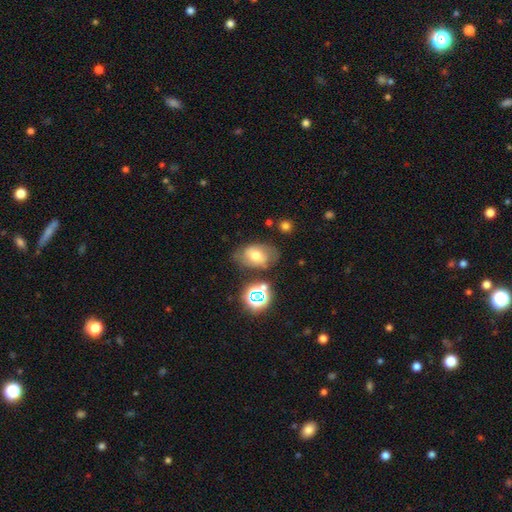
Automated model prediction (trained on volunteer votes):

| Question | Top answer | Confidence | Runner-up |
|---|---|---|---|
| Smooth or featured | smooth | 49% | featured or disk (35%) |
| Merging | none | 64% | minor disturbance (22%) |